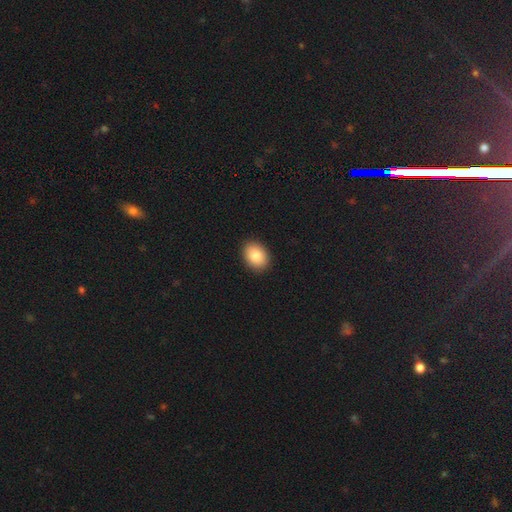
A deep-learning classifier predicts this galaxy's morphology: Smooth or featured?
  - smooth: 87% *
  - star or artifact: 7%
  - featured or disk: 6%
How rounded?
  - in between: 73% *
  - round: 26%
  - cigar-shaped: 1%
Merging?
  - none: 91% *
  - minor disturbance: 7%
  - major disturbance: 2%
  - merger: 1%